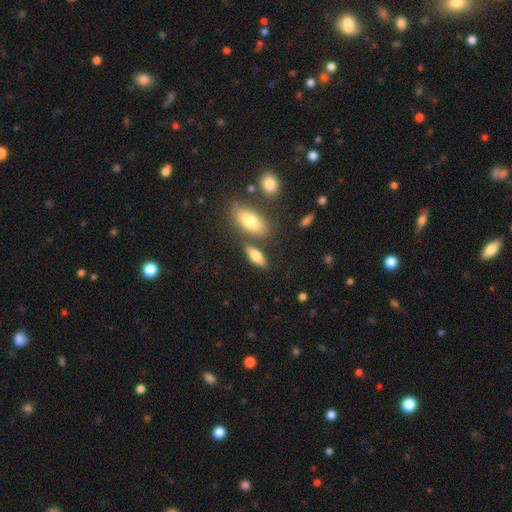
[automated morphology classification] Smooth or featured: smooth — 73% (featured or disk — 19%)
How rounded: in between — 67% (cigar-shaped — 29%)
Merging: none — 70% (merger — 14%)